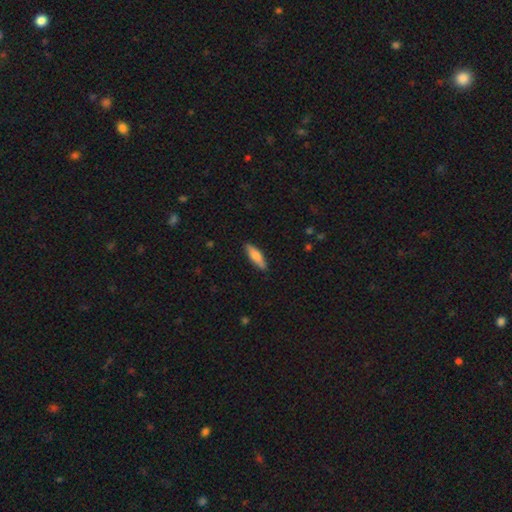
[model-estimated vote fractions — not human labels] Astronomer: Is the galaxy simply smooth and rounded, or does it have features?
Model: smooth — 70%.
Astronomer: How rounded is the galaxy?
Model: cigar-shaped — 60% (runner-up: in between, 38%).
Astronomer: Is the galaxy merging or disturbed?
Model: none — 86%.